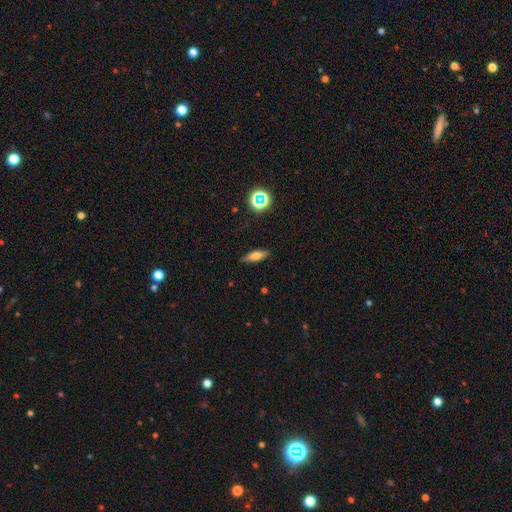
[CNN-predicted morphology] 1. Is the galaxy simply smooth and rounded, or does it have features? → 67% smooth, 22% featured or disk, 10% star or artifact.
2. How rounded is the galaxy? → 52% in between, 45% cigar-shaped, 4% round.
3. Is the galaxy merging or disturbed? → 87% none, 9% minor disturbance, 2% major disturbance, 1% merger.